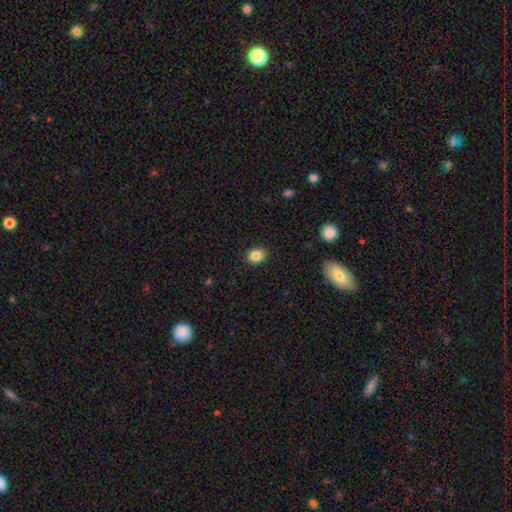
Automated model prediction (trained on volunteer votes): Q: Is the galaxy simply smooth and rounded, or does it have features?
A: smooth — 85%.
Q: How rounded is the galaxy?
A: round — 52%.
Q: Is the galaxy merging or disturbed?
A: none — 90%.